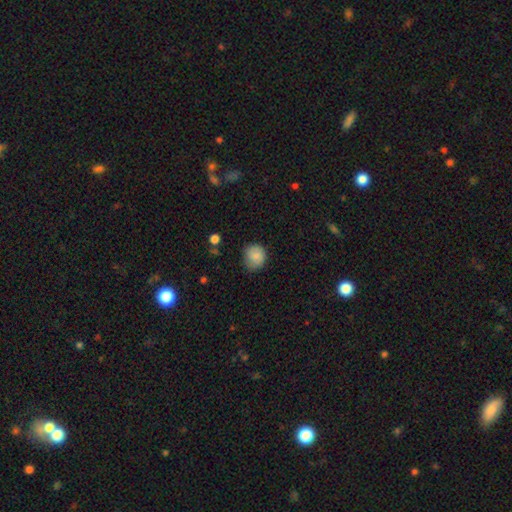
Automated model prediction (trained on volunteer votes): smooth 82%, featured or disk 9%, star or artifact 8%. Down the decision tree: how rounded — round (81%); merging — none (68%).